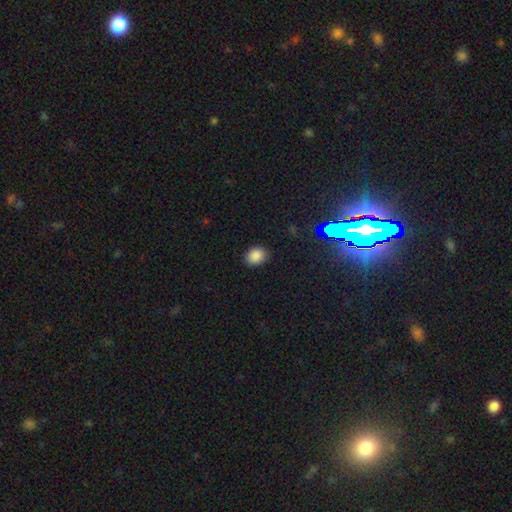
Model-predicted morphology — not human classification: Smooth or featured? smooth (86%)
How rounded? in between (54%)
Merging? none (85%)